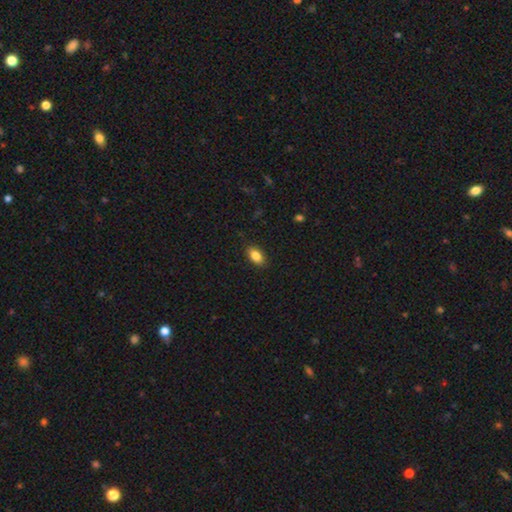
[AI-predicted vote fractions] A smooth galaxy with no disk features (85%) that is in between round and cigar-shaped (90%).

Vote fractions:
- Smooth or featured? smooth: 85% / star or artifact: 8% / featured or disk: 7%
- How rounded? in between: 90% / round: 7% / cigar-shaped: 3%
- Merging? none: 88% / minor disturbance: 9% / major disturbance: 2% / merger: 1%